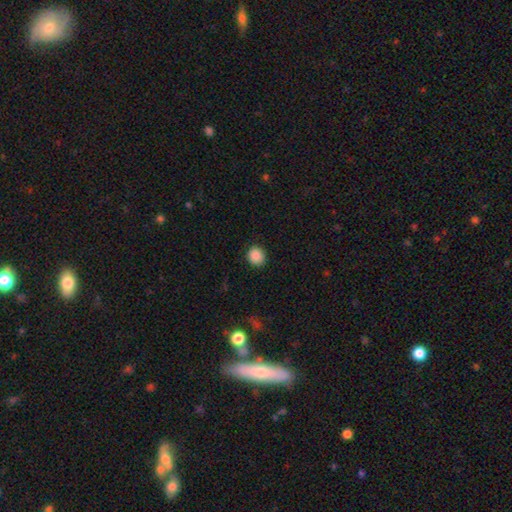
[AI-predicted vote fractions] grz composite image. It shows a smooth galaxy with no disk features (88%) that is round (81%). Merging: none (91%).